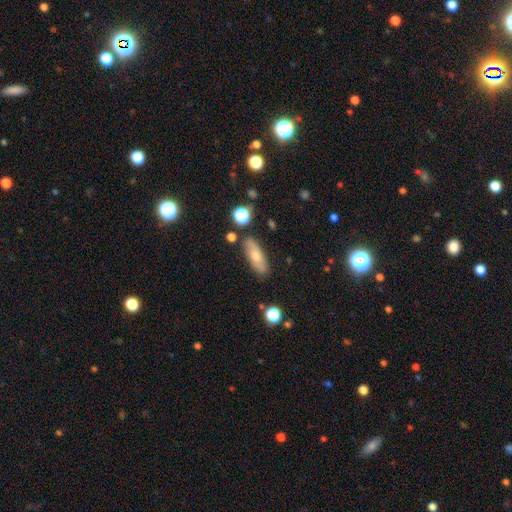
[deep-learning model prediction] smooth_or_featured: smooth (p=0.62) [alt: featured or disk p=0.29]
how_rounded: in between (p=0.58) [alt: cigar-shaped p=0.38]
merging: none (p=0.85) [alt: minor disturbance p=0.11]